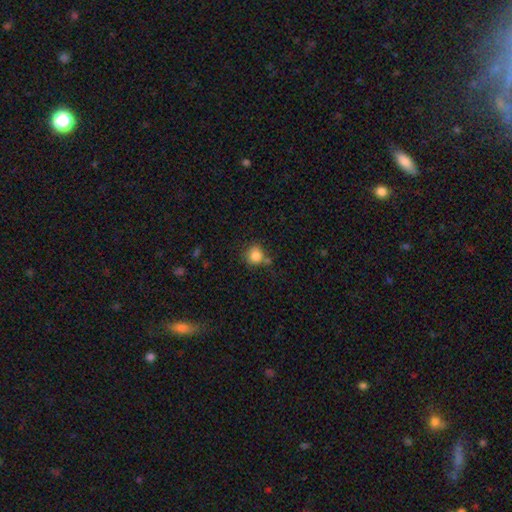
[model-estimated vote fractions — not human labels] A smooth galaxy with no disk features (84%) that is round (86%). Merging: none (64%).